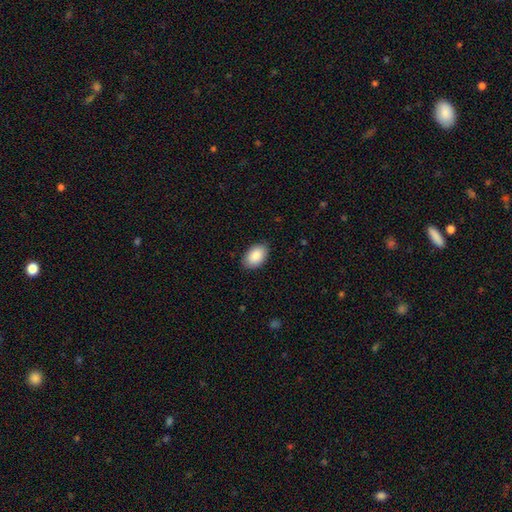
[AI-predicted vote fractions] A smooth galaxy with no disk features (88%) that is in between round and cigar-shaped (93%). Merging: none (87%).